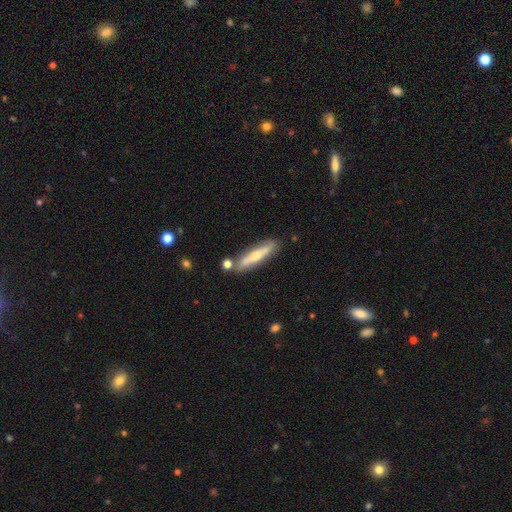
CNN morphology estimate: featured or disk 52%, smooth 43%, star or artifact 6%. Down the decision tree: edge-on disk — yes (79%); merging — none (76%).